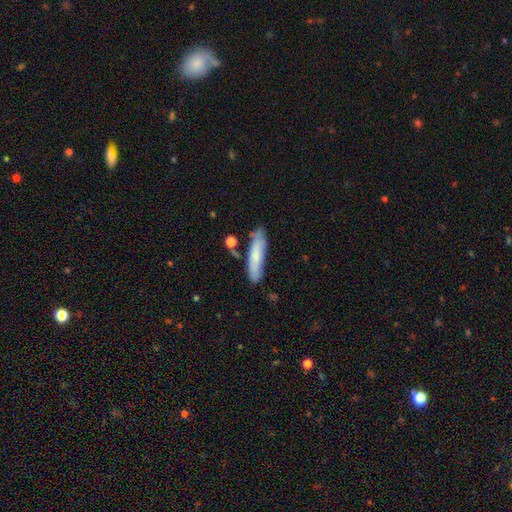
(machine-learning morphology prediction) Smooth or featured? Predicted: smooth (p=0.68). How rounded? Predicted: cigar-shaped (p=0.74). Merging? Predicted: none (p=0.71).